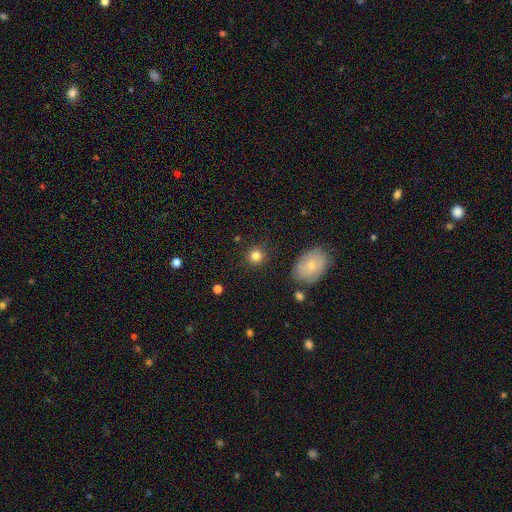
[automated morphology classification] Smooth or featured?
  - smooth: 83% *
  - star or artifact: 10%
  - featured or disk: 7%
How rounded?
  - round: 88% *
  - in between: 11%
  - cigar-shaped: 1%
Merging?
  - none: 85% *
  - minor disturbance: 9%
  - major disturbance: 3%
  - merger: 3%